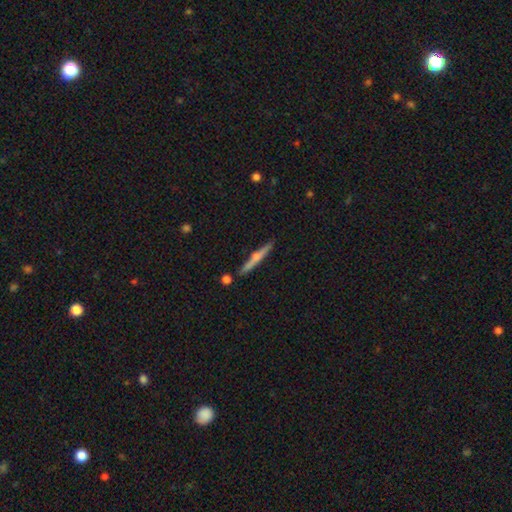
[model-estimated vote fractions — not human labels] smooth-or-featured: featured or disk: 68% | smooth: 26% | star or artifact: 7%
  disk-edge-on: yes: 97% | no: 3%
    edge-on-bulge: rounded: 80% | none: 16% | boxy: 4%
  merging: none: 88% | minor disturbance: 8% | merger: 3% | major disturbance: 2%